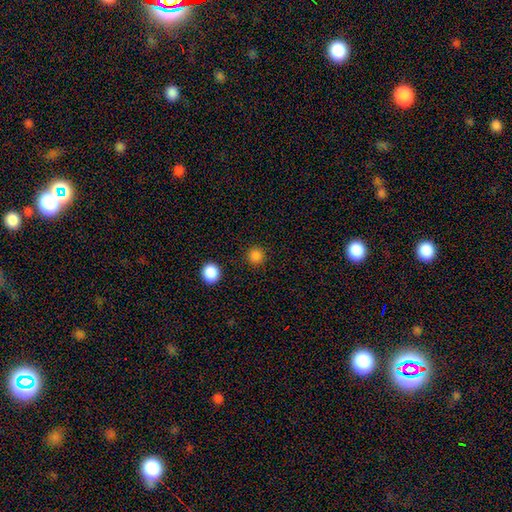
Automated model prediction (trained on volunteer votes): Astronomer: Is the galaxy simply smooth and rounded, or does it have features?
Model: smooth — 84%.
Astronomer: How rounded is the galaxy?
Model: round — 93%.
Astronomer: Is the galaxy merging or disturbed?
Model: none — 90%.